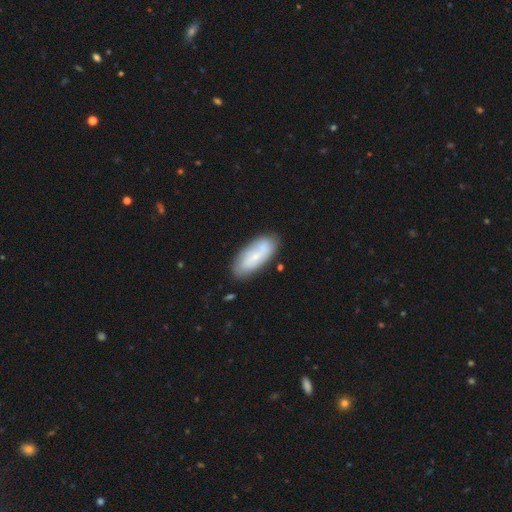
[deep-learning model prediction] smooth 53%, featured or disk 40%, star or artifact 7%. Down the decision tree: how rounded — in between (78%); merging — none (77%).